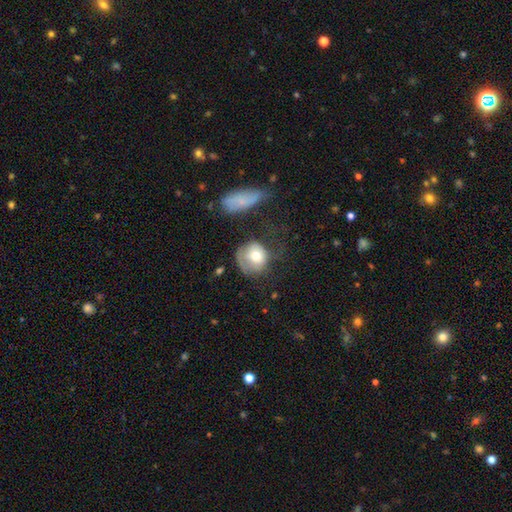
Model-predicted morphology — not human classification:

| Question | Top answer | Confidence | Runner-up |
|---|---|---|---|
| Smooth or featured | smooth | 65% | featured or disk (28%) |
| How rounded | round | 74% | in between (25%) |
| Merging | major disturbance | 36% | none (31%) |